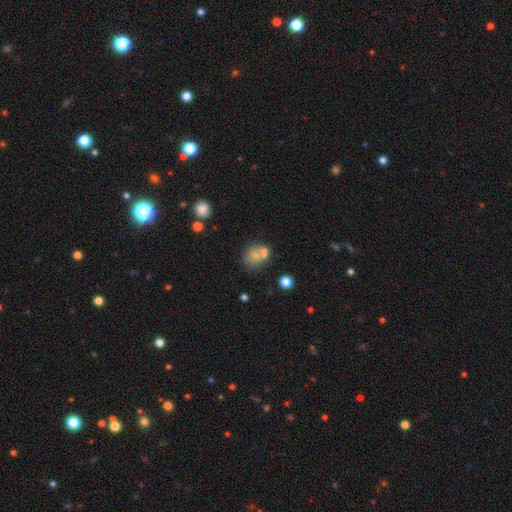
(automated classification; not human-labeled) This is likely a smooth galaxy (67%). How rounded: likely round (64%). Merging: possibly none (48%).